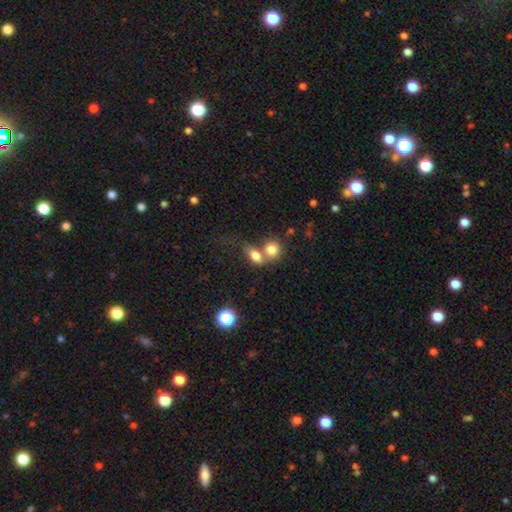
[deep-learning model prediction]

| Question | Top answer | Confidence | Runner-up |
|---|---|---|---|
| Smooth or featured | smooth | 77% | featured or disk (13%) |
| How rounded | in between | 62% | round (35%) |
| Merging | merger | 62% | none (23%) |